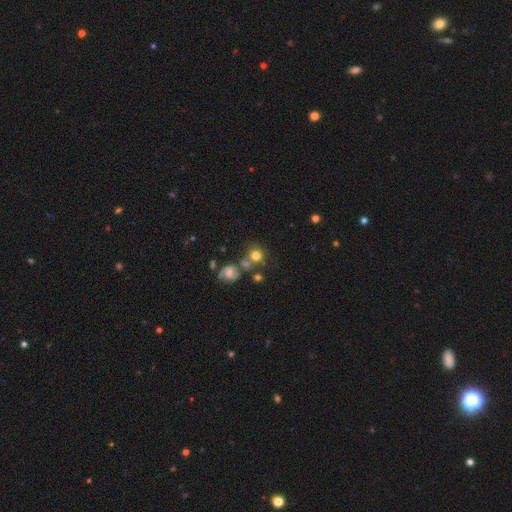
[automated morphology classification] smooth 71%, featured or disk 15%, star or artifact 14%. Down the decision tree: how rounded — round (81%); merging — none (50%).